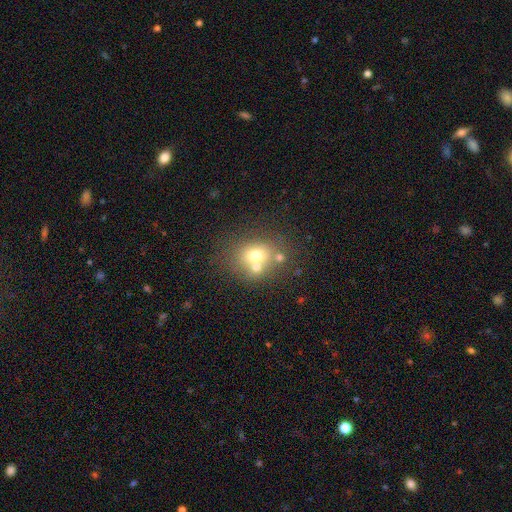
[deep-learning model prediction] Morphology: type=smooth (65%); roundness=round (63%); merging=none (47%).